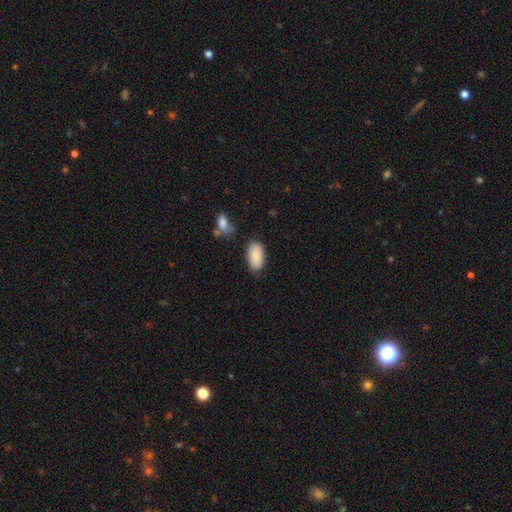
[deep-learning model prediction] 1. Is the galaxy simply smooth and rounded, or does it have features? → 87% smooth, 7% featured or disk, 6% star or artifact.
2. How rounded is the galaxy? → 94% in between, 3% cigar-shaped, 3% round.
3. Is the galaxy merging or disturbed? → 75% none, 17% minor disturbance, 4% merger, 4% major disturbance.